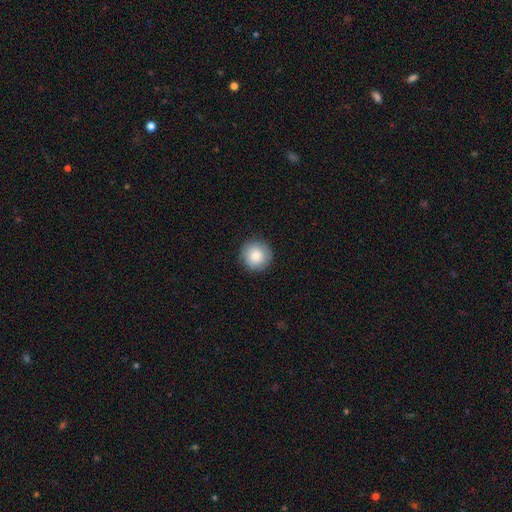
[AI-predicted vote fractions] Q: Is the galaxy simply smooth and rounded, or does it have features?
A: smooth — 81%.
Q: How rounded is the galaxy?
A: round — 95%.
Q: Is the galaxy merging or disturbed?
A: none — 89%.